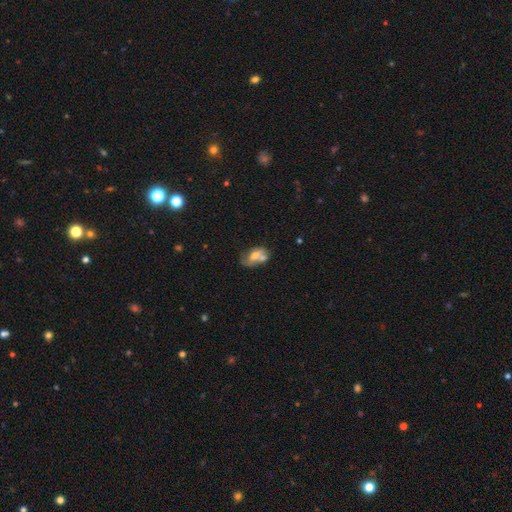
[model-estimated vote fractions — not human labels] This appears to be a smooth galaxy with no disk features (46%). Merging: merger (43%).